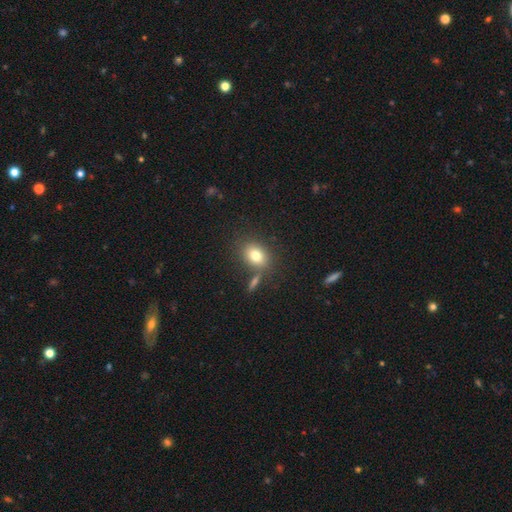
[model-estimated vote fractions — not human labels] A smooth galaxy with no disk features (79%) that is in between round and cigar-shaped (63%).

Vote fractions:
- Smooth or featured? smooth: 79% / featured or disk: 11% / star or artifact: 11%
- How rounded? in between: 63% / round: 35% / cigar-shaped: 2%
- Merging? none: 71% / merger: 12% / minor disturbance: 12% / major disturbance: 4%